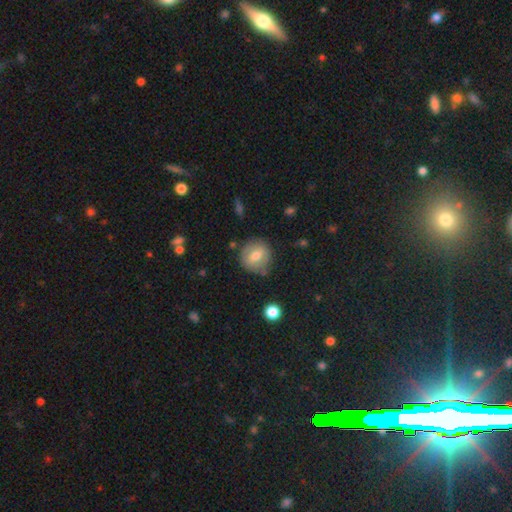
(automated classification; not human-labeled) Morphology: type=smooth (62%); roundness=round (85%); merging=none (72%).